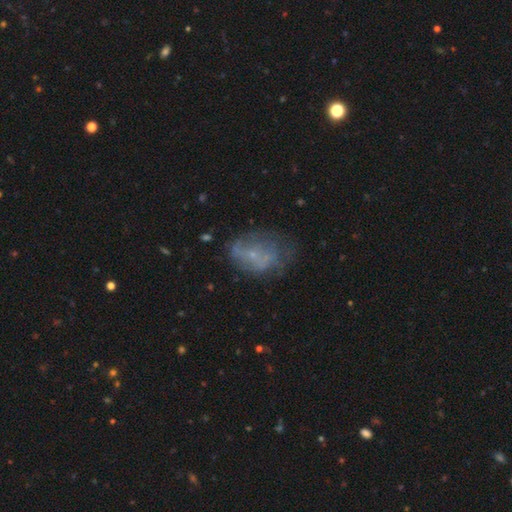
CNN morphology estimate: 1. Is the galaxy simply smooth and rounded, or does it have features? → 49% featured or disk, 36% smooth, 15% star or artifact.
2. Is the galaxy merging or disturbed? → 46% none, 27% minor disturbance, 24% major disturbance, 3% merger.